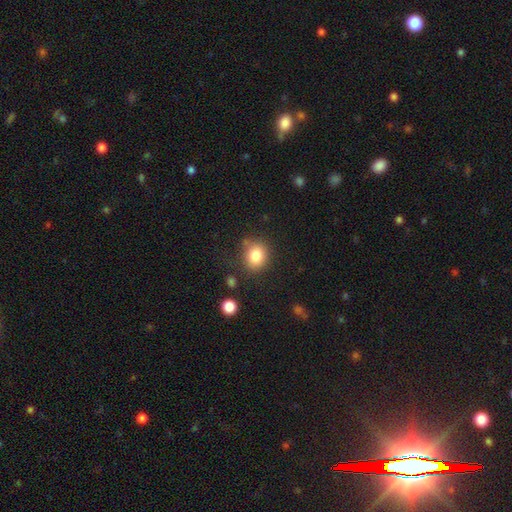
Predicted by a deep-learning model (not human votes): Smooth or featured? smooth (82%)
How rounded? round (69%)
Merging? none (77%)